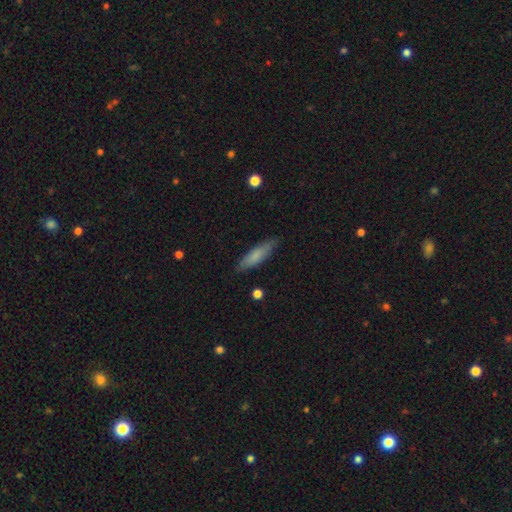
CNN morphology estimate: type=smooth (75%); roundness=cigar-shaped (72%); merging=none (84%).